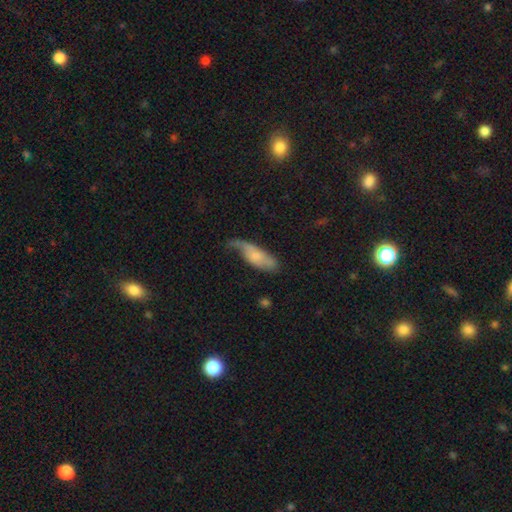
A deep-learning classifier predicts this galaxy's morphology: Smooth or featured? smooth (53%)
How rounded? in between (63%)
Merging? none (38%)